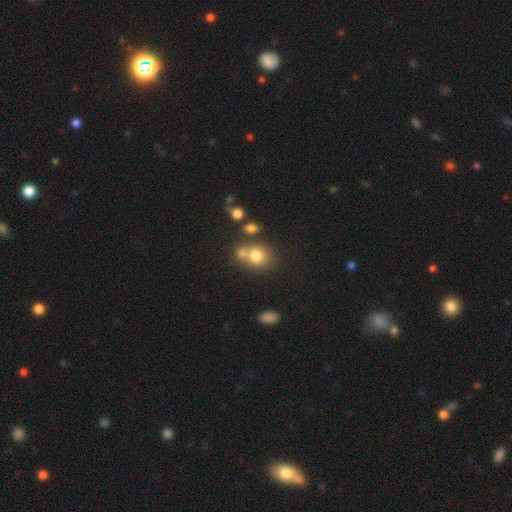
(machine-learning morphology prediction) Smooth or featured? Predicted: smooth (p=0.77). How rounded? Predicted: round (p=0.69). Merging? Predicted: none (p=0.46).